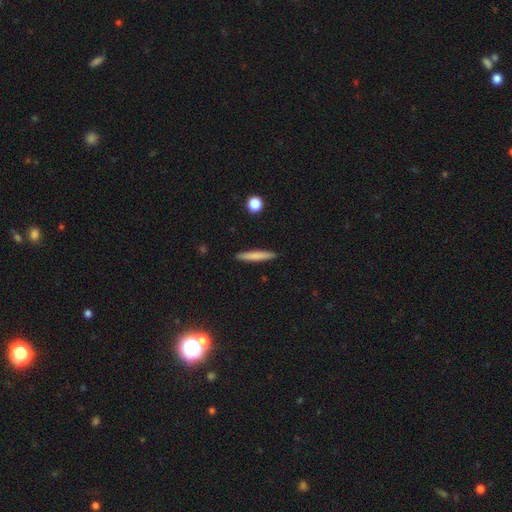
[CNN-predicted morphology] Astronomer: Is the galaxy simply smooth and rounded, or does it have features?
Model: smooth — 74%.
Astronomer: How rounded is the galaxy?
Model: cigar-shaped — 94%.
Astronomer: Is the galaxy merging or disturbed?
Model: none — 91%.